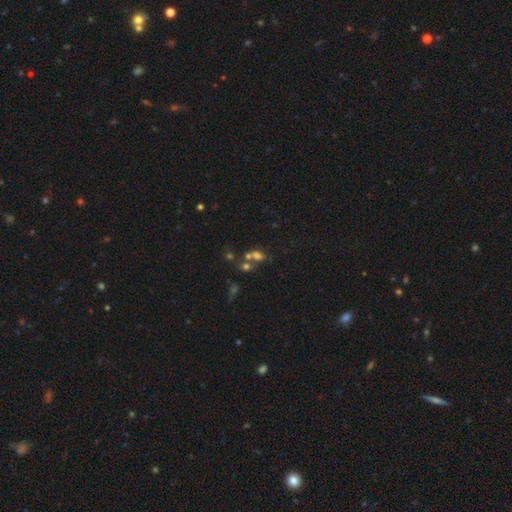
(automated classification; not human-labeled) Smooth or featured: smooth — 61% (star or artifact — 21%)
How rounded: in between — 63% (round — 34%)
Merging: merger — 48% (none — 34%)